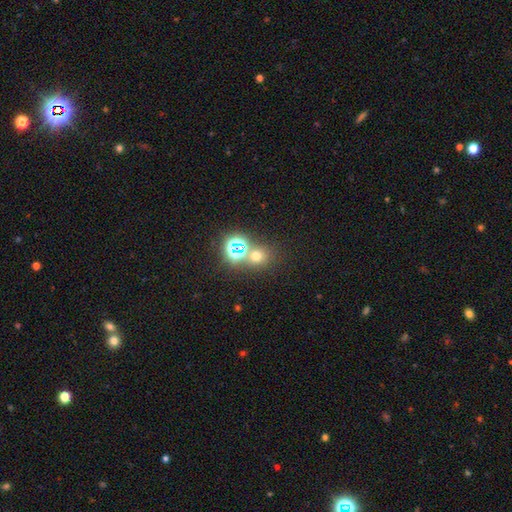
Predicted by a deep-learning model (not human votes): The model was most divided on "smooth or featured": smooth: 54%, star or artifact: 37%, featured or disk: 9%. More confident: how rounded — round (78%); merging — none (65%).